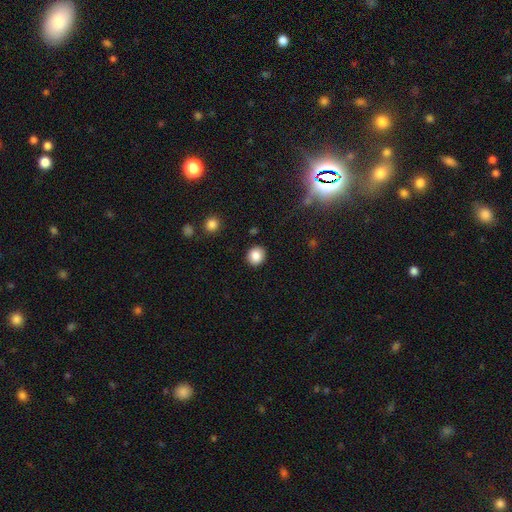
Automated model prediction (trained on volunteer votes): Smooth or featured: smooth — 86% (star or artifact — 10%)
How rounded: round — 85% (in between — 14%)
Merging: none — 90% (minor disturbance — 6%)